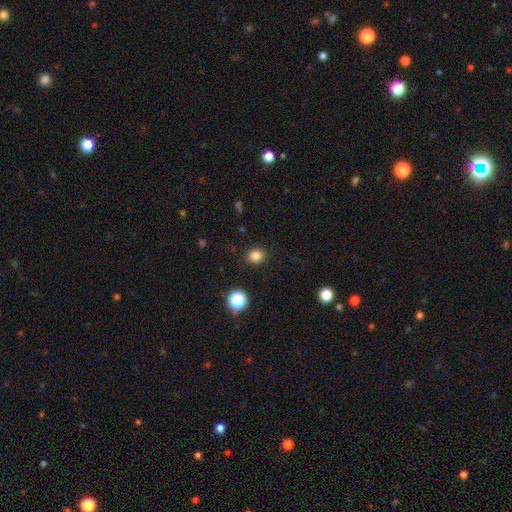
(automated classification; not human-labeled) A smooth galaxy with no disk features (83%) that is round (72%).

Vote fractions:
- Smooth or featured? smooth: 83% / star or artifact: 13% / featured or disk: 4%
- How rounded? round: 72% / in between: 27% / cigar-shaped: 1%
- Merging? none: 89% / minor disturbance: 7% / major disturbance: 2% / merger: 1%